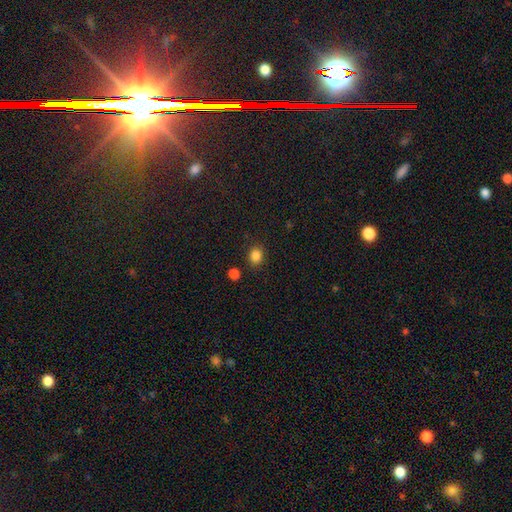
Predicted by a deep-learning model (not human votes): The model was most divided on "how rounded": round: 67%, in between: 32%, cigar-shaped: 1%. More confident: merging — none (85%); smooth or featured — smooth (85%).